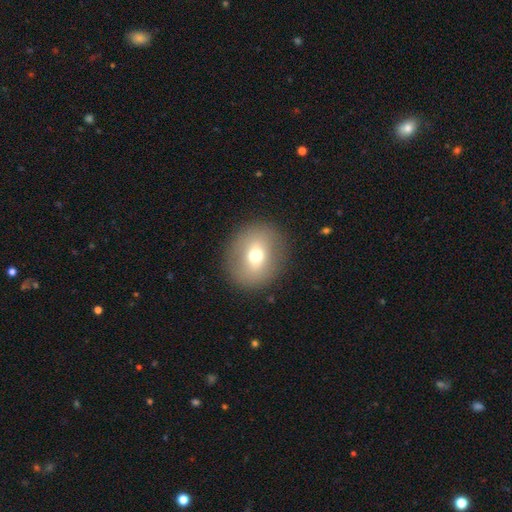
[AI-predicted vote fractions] Morphology: type=smooth (64%); roundness=round (73%); merging=none (88%).